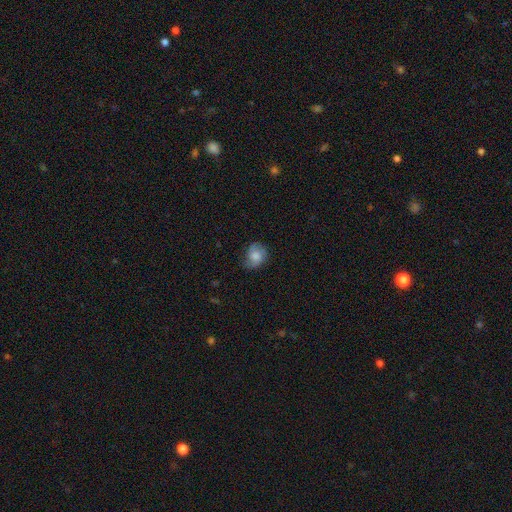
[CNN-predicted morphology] Q: Smooth or featured?
A: smooth (61%); runner-up: featured or disk (30%)
Q: How rounded?
A: round (56%); runner-up: in between (43%)
Q: Merging?
A: none (61%); runner-up: minor disturbance (28%)